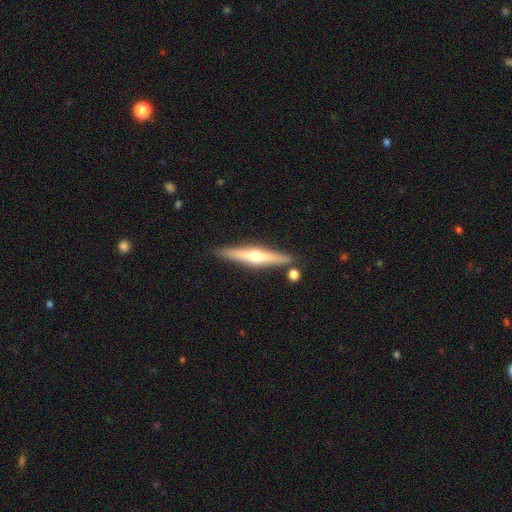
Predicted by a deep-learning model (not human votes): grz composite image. It shows a featured or disk galaxy (63%) viewed edge-on (96%) with a rounded central bulge (91%). Merging: none (85%).